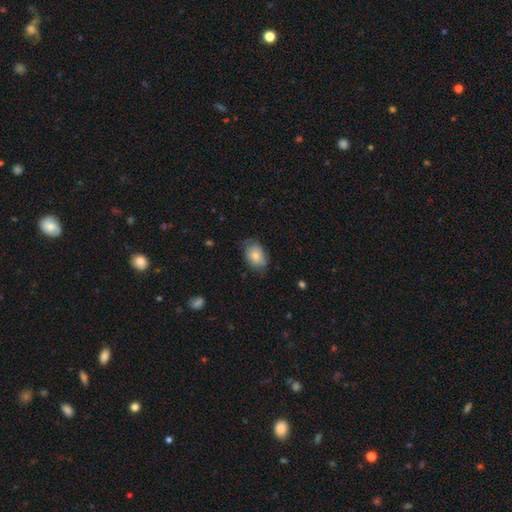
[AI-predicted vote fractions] smooth 80%, featured or disk 13%, star or artifact 7%. Down the decision tree: how rounded — in between (78%); merging — none (66%).